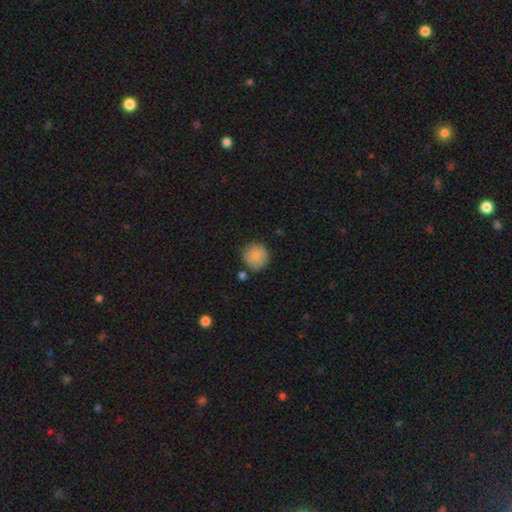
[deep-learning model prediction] Smooth or featured?
  - smooth: 86% *
  - star or artifact: 7%
  - featured or disk: 7%
How rounded?
  - round: 94% *
  - in between: 5%
  - cigar-shaped: 1%
Merging?
  - none: 80% *
  - minor disturbance: 12%
  - merger: 5%
  - major disturbance: 3%